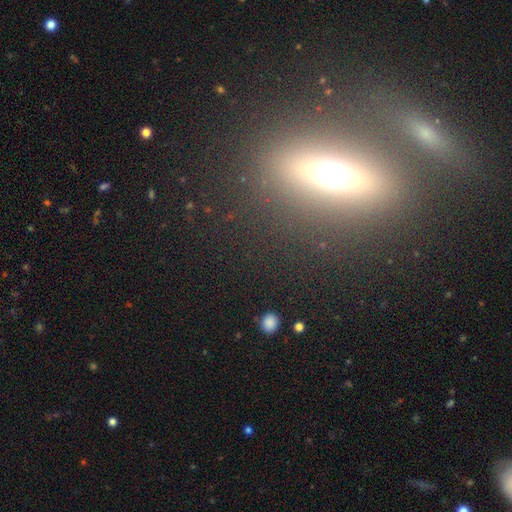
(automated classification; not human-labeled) Smooth or featured? featured or disk (44%)
Merging? none (73%)